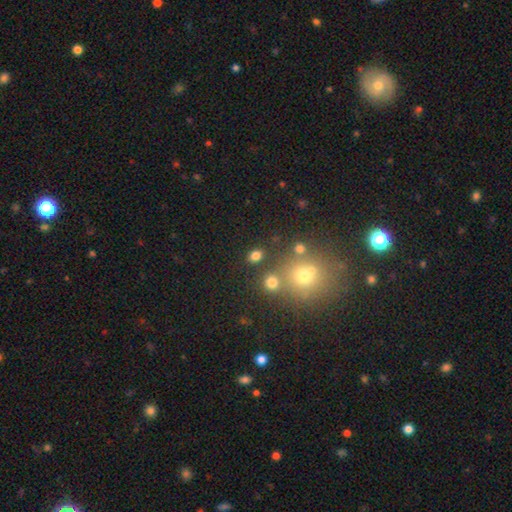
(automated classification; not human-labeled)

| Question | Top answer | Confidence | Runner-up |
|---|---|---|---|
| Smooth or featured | smooth | 78% | star or artifact (15%) |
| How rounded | in between | 63% | round (35%) |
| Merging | none | 79% | minor disturbance (9%) |